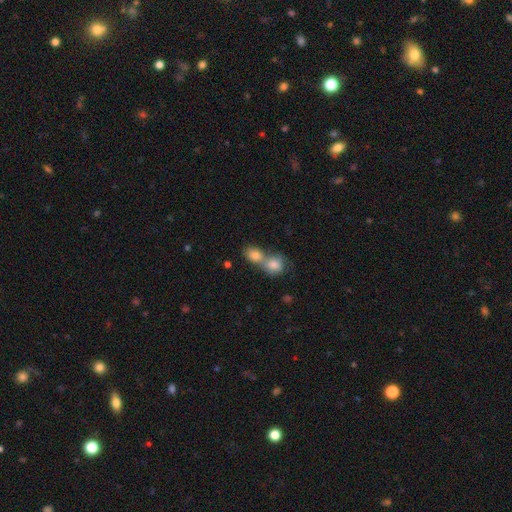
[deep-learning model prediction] A smooth galaxy with no disk features (78%) that is round (50%).

Vote fractions:
- Smooth or featured? smooth: 78% / featured or disk: 11% / star or artifact: 11%
- How rounded? round: 50% / in between: 48% / cigar-shaped: 2%
- Merging? merger: 64% / none: 27% / minor disturbance: 6% / major disturbance: 3%